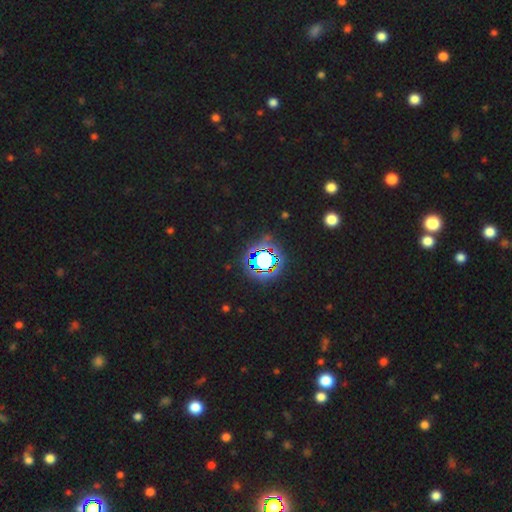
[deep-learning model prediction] Morphology: type=star or artifact (82%).